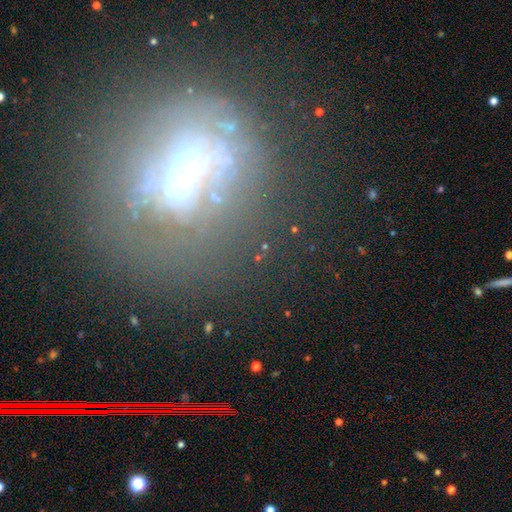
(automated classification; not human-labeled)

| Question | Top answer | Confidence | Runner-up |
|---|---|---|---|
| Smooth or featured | featured or disk | 50% | smooth (25%) |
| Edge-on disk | no | 83% | yes (17%) |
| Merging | none | 61% | major disturbance (17%) |